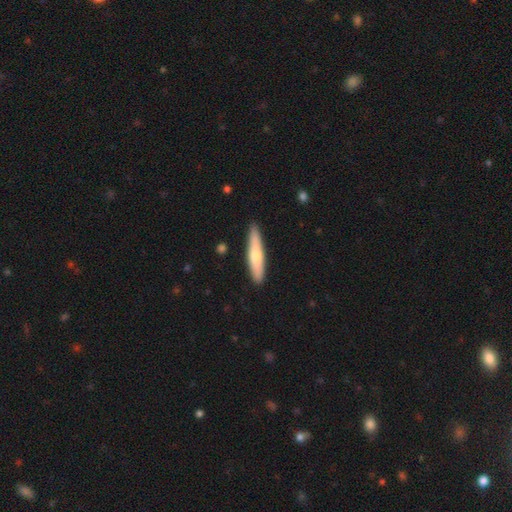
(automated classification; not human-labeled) Smooth or featured? smooth (58%)
How rounded? cigar-shaped (87%)
Merging? none (89%)